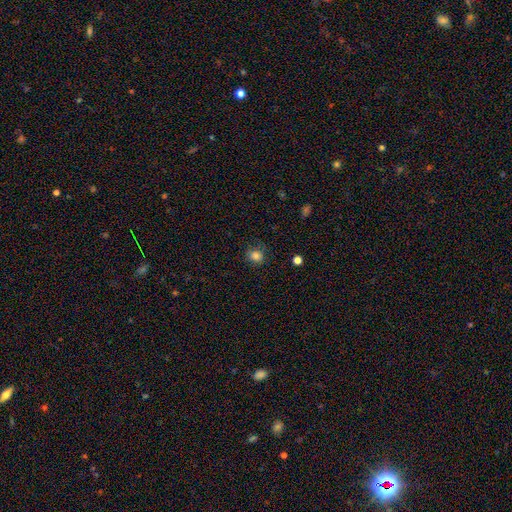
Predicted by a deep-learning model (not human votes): Smooth or featured?
  - smooth: 82% *
  - star or artifact: 12%
  - featured or disk: 5%
How rounded?
  - round: 77% *
  - in between: 22%
  - cigar-shaped: 1%
Merging?
  - none: 79% *
  - minor disturbance: 15%
  - major disturbance: 4%
  - merger: 1%